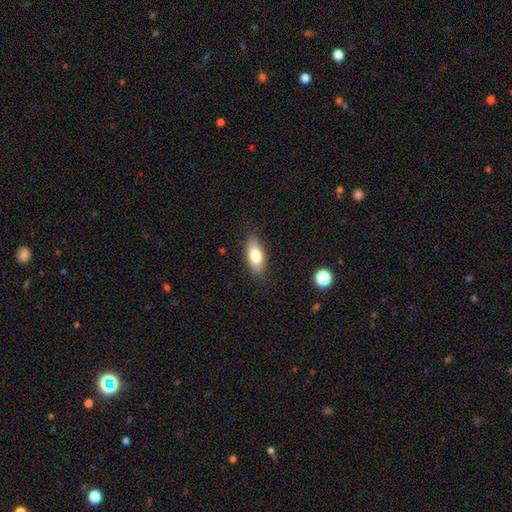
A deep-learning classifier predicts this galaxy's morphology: smooth 78%, featured or disk 15%, star or artifact 7%. Down the decision tree: how rounded — in between (82%); merging — none (86%).